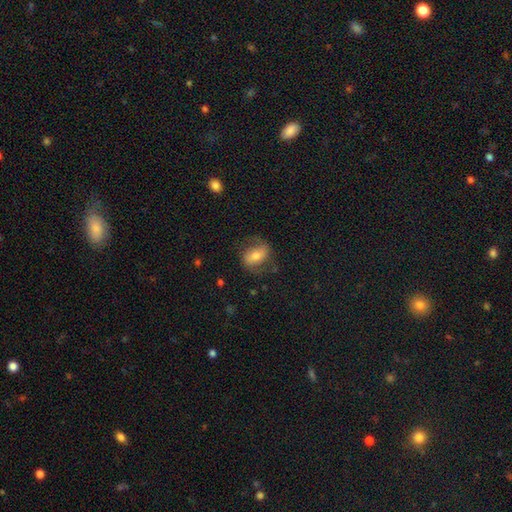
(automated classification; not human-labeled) smooth_or_featured: featured or disk (p=0.50) [alt: smooth p=0.42]
merging: none (p=0.68) [alt: minor disturbance p=0.18]